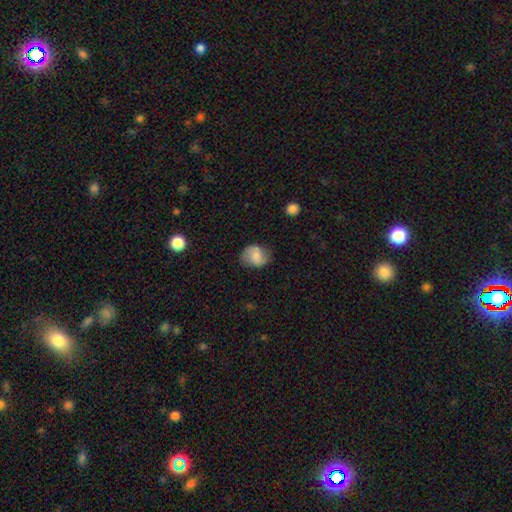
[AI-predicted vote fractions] Morphology: type=smooth (64%); roundness=round (53%); merging=none (69%).